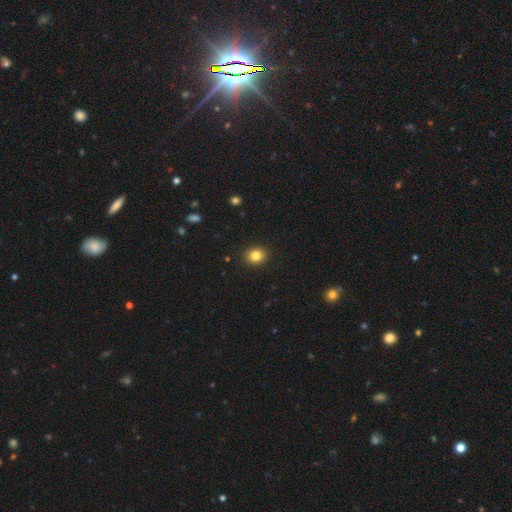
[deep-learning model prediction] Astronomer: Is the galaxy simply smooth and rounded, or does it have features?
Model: smooth — 83%.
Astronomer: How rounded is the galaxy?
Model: round — 76%.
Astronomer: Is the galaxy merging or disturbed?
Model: none — 92%.